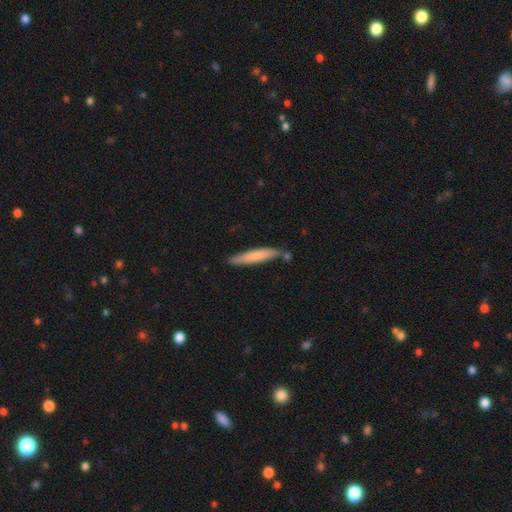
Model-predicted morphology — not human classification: This is likely a smooth galaxy (73%). How rounded: clearly cigar-shaped (92%). Merging: likely none (77%).